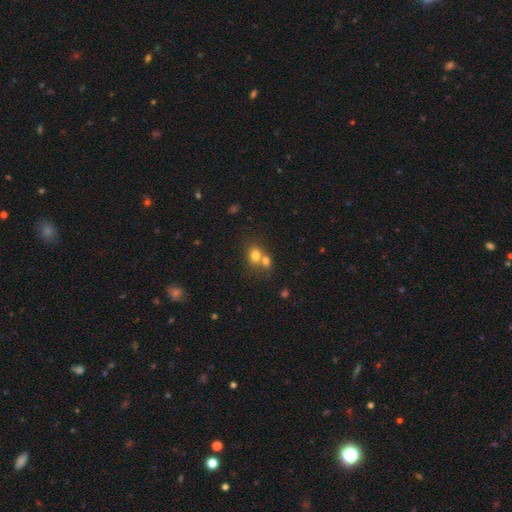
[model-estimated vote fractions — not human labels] This is likely a smooth galaxy (76%). How rounded: possibly round (59%). Merging: possibly merger (53%).